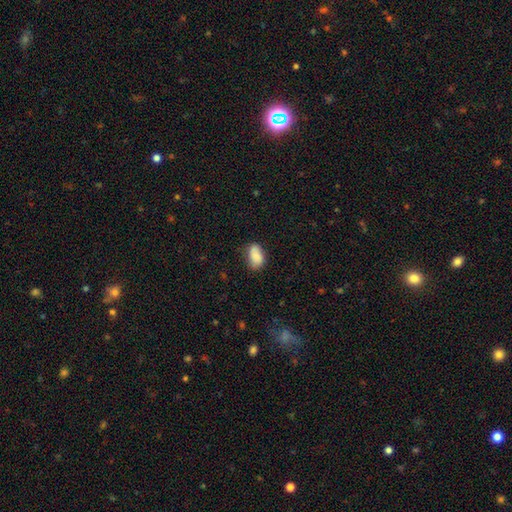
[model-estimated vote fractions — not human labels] smooth-or-featured: smooth: 83% | featured or disk: 10% | star or artifact: 7%
  how-rounded: in between: 90% | round: 7% | cigar-shaped: 2%
  merging: none: 68% | minor disturbance: 24% | major disturbance: 5% | merger: 2%